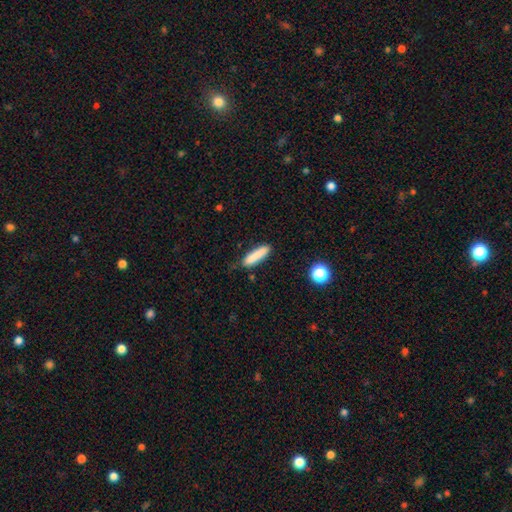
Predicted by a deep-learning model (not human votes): Smooth or featured? Predicted: smooth (p=0.84). How rounded? Predicted: cigar-shaped (p=0.78). Merging? Predicted: none (p=0.80).